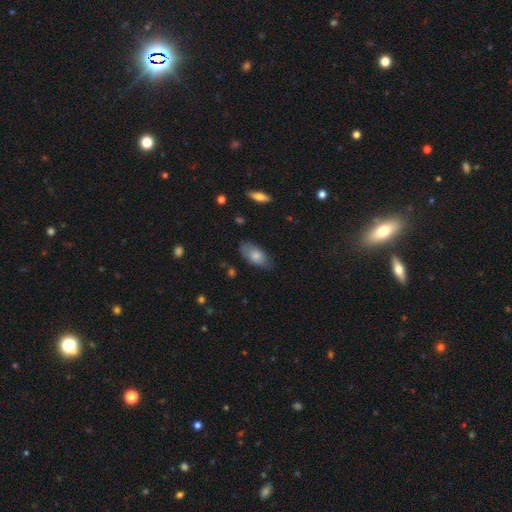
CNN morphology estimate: Smooth or featured? Predicted: smooth (p=0.78). How rounded? Predicted: in between (p=0.92). Merging? Predicted: none (p=0.73).